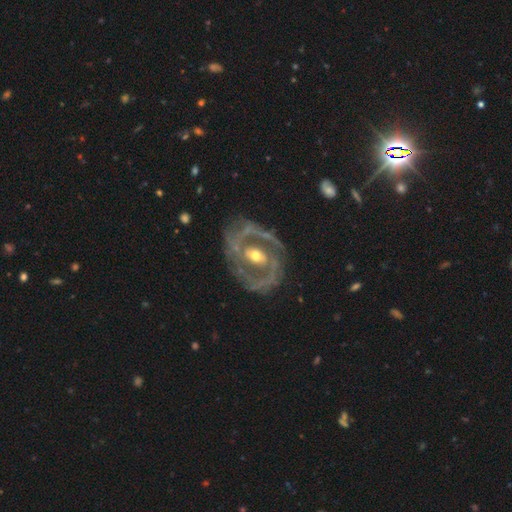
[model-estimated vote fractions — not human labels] Smooth or featured? Predicted: featured or disk (p=0.88). Edge-on disk? Predicted: no (p=0.97). Bar? Predicted: no (p=0.43). Spiral arms? Predicted: yes (p=0.85). Spiral winding? Predicted: tight (p=0.43). Spiral arm count? Predicted: 2 (p=0.69). Bulge size? Predicted: moderate (p=0.67). Merging? Predicted: none (p=0.71).